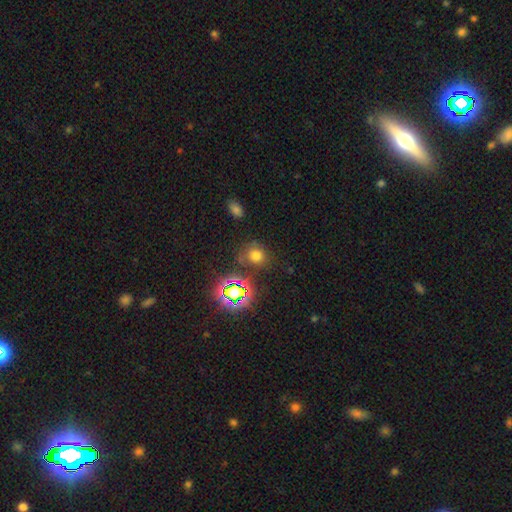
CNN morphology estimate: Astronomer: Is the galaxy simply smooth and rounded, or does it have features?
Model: smooth — 63%.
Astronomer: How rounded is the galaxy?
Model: round — 76%.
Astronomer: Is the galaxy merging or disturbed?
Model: none — 74%.